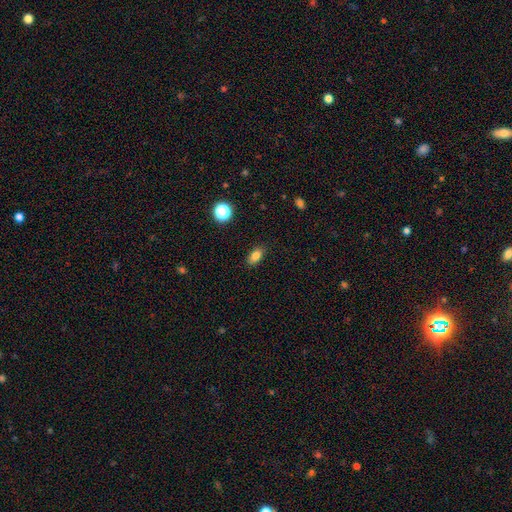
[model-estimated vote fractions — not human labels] Morphology: type=smooth (81%); roundness=in between (86%); merging=none (88%).